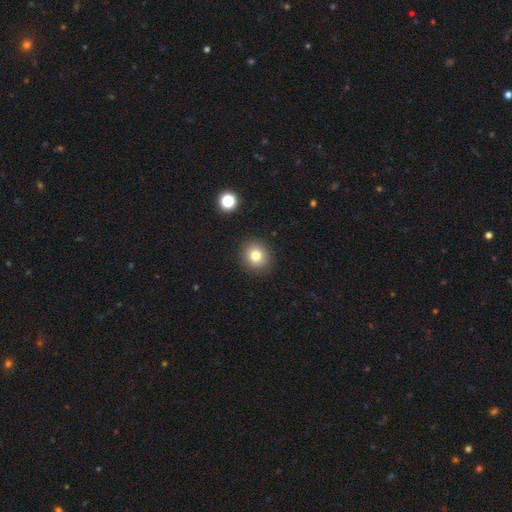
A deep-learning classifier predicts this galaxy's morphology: Smooth or featured?
  - smooth: 79% *
  - star or artifact: 12%
  - featured or disk: 9%
How rounded?
  - round: 86% *
  - in between: 13%
  - cigar-shaped: 1%
Merging?
  - none: 90% *
  - minor disturbance: 6%
  - major disturbance: 2%
  - merger: 2%